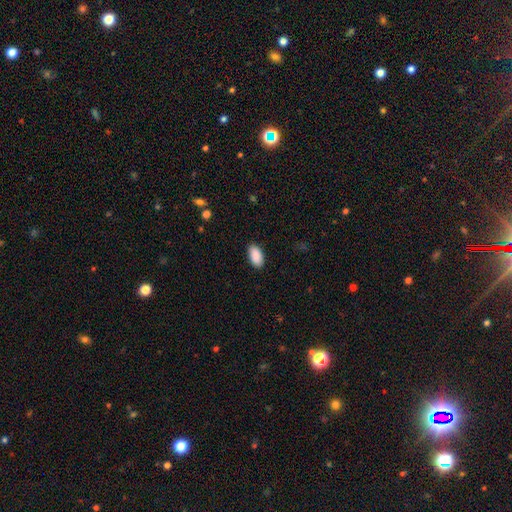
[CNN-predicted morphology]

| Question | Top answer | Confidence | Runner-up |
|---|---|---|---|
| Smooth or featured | smooth | 91% | star or artifact (6%) |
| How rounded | in between | 95% | round (3%) |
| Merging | none | 88% | minor disturbance (9%) |